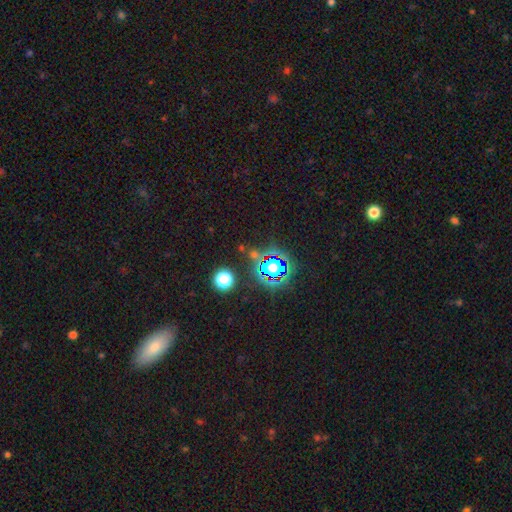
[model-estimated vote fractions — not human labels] smooth_or_featured: star or artifact (p=0.70) [alt: smooth p=0.22]